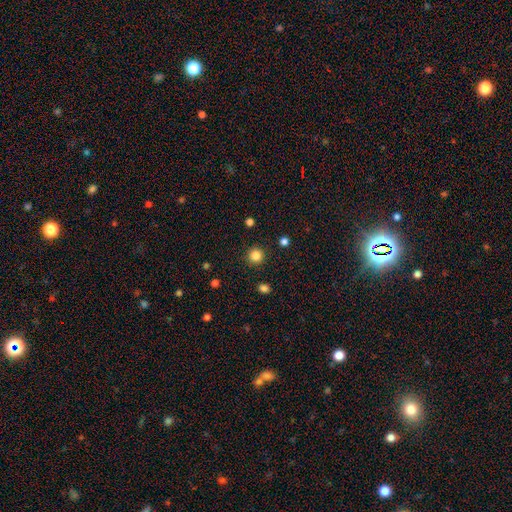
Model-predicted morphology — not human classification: The model was most divided on "smooth or featured": smooth: 84%, star or artifact: 12%, featured or disk: 4%. More confident: how rounded — round (95%); merging — none (92%).